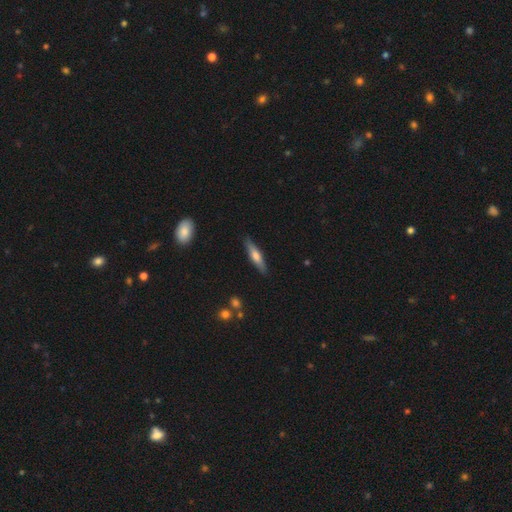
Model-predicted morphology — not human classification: This is possibly a smooth galaxy (51%). How rounded: likely cigar-shaped (78%). Merging: clearly none (87%).